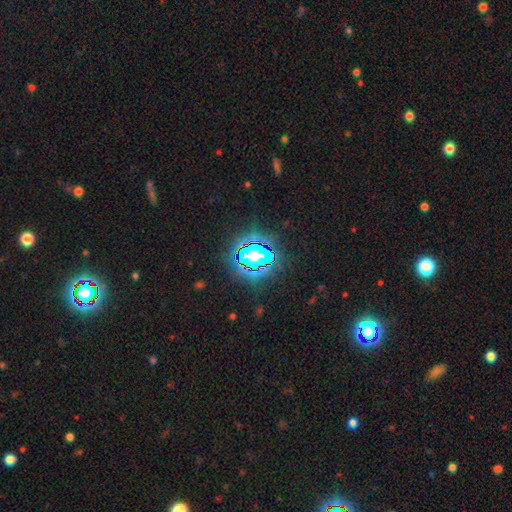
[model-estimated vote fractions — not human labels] This appears to be a star or artifact, not a galaxy (76%).